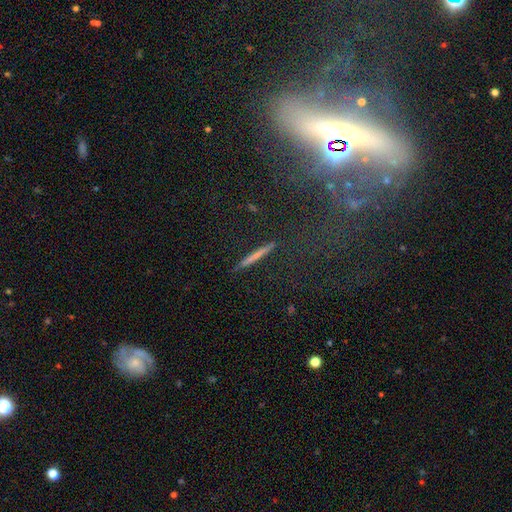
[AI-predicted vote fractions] Smooth or featured?
  - smooth: 50% *
  - featured or disk: 36%
  - star or artifact: 14%
How rounded?
  - cigar-shaped: 94% *
  - in between: 3%
  - round: 3%
Merging?
  - none: 90% *
  - minor disturbance: 7%
  - major disturbance: 2%
  - merger: 1%